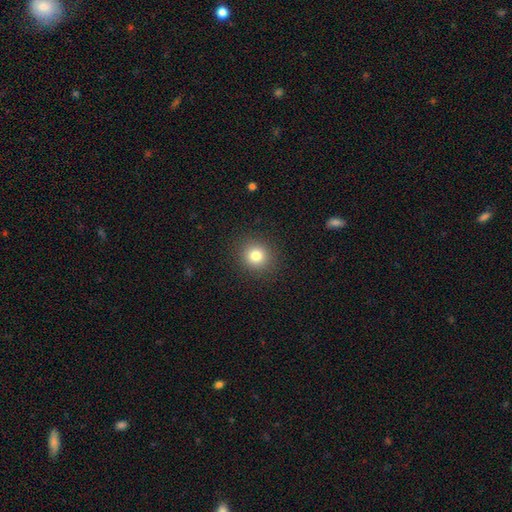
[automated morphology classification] Smooth or featured? smooth (81%)
How rounded? round (89%)
Merging? none (90%)